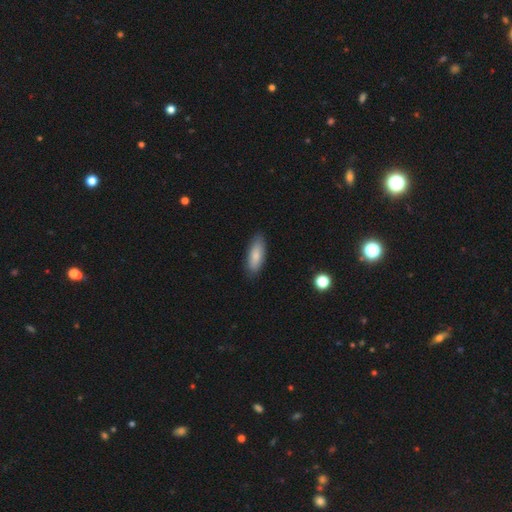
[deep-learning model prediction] Smooth or featured? Predicted: smooth (p=0.83). How rounded? Predicted: in between (p=0.71). Merging? Predicted: none (p=0.84).